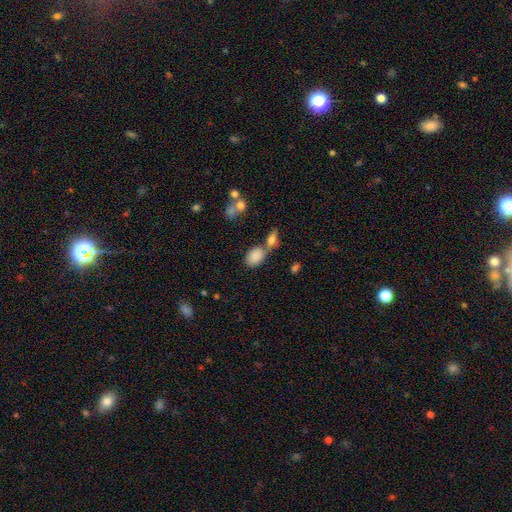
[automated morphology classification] type=smooth (83%); roundness=in between (83%); merging=none (48%).